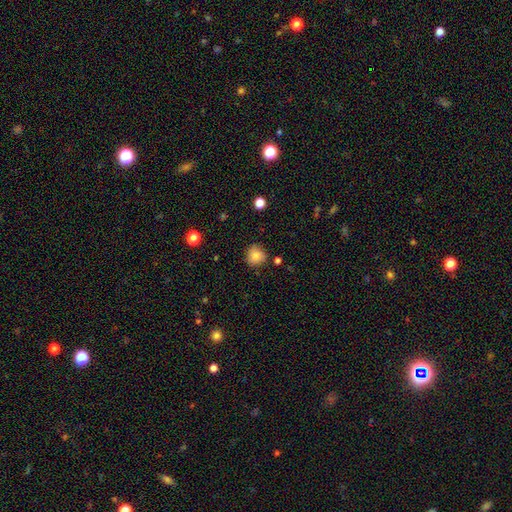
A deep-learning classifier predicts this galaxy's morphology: This is clearly a smooth galaxy (84%). How rounded: clearly round (88%). Merging: likely none (80%).